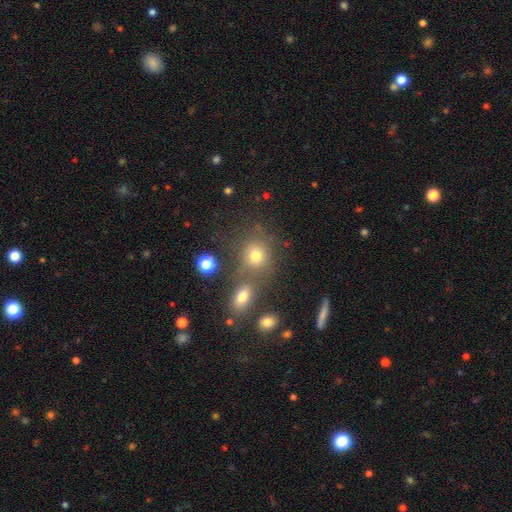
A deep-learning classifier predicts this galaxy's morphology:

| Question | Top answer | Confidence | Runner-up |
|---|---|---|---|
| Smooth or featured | smooth | 73% | star or artifact (17%) |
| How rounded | round | 74% | in between (24%) |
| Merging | none | 60% | merger (24%) |